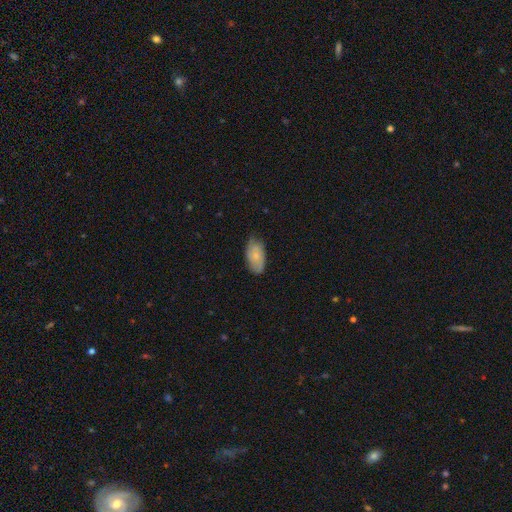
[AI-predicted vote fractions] smooth-or-featured: smooth: 68% | featured or disk: 25% | star or artifact: 6%
  how-rounded: in between: 93% | round: 4% | cigar-shaped: 3%
  merging: none: 66% | minor disturbance: 28% | major disturbance: 5% | merger: 1%